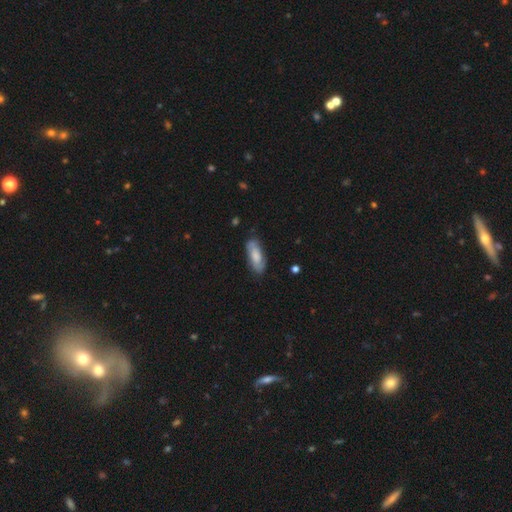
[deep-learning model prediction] Smooth or featured? Predicted: smooth (p=0.62). How rounded? Predicted: in between (p=0.72). Merging? Predicted: none (p=0.77).